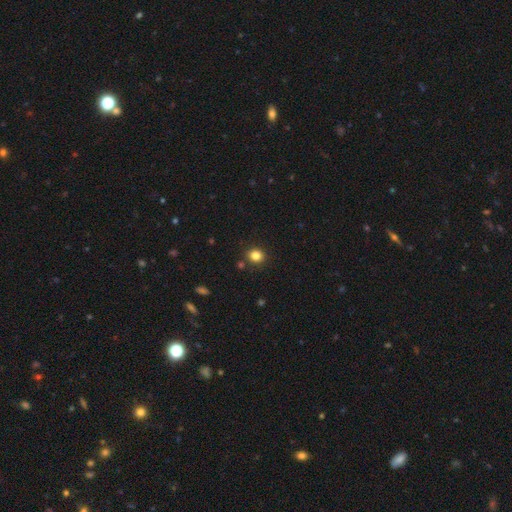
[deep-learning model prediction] The model was most divided on "how rounded": round: 75%, in between: 24%, cigar-shaped: 1%. More confident: merging — none (86%); smooth or featured — smooth (83%).